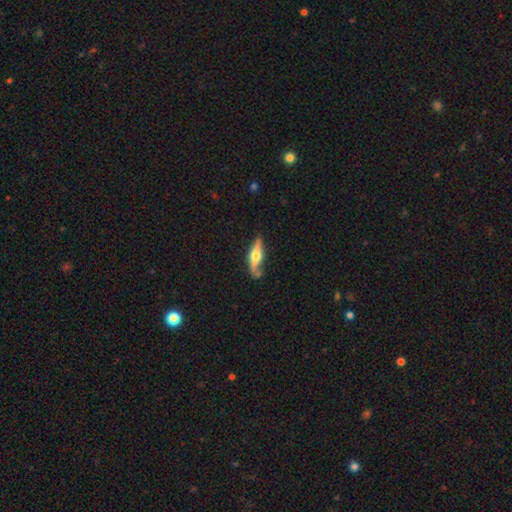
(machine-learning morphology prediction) This is possibly a featured or disk galaxy (58%). It is clearly viewed edge-on (92%). Edge-on bulge: clearly rounded (92%). Merging: likely none (67%).